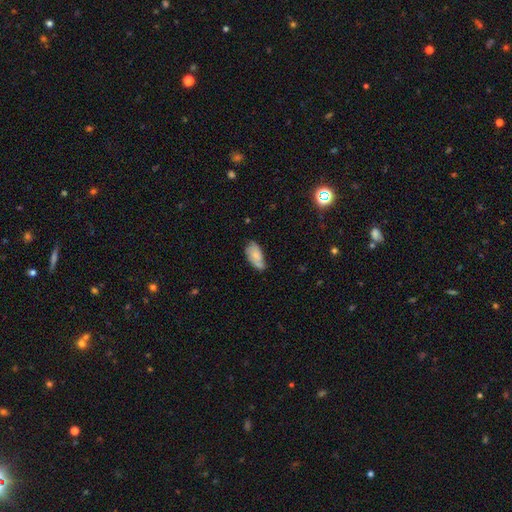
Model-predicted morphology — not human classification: Smooth or featured?
  - smooth: 56% *
  - featured or disk: 36%
  - star or artifact: 8%
How rounded?
  - in between: 91% *
  - cigar-shaped: 6%
  - round: 4%
Merging?
  - none: 52% *
  - minor disturbance: 33%
  - major disturbance: 9%
  - merger: 6%